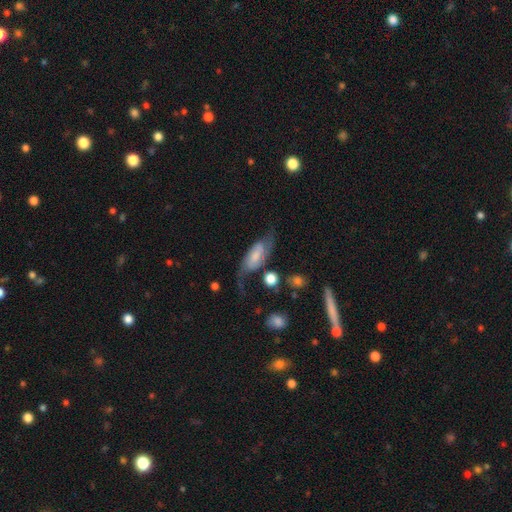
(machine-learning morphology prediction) Smooth or featured?
  - featured or disk: 65% *
  - smooth: 28%
  - star or artifact: 7%
Edge-on disk?
  - no: 89% *
  - yes: 11%
Bar?
  - no: 43% *
  - weak: 40%
  - strong: 17%
Spiral arms?
  - yes: 90% *
  - no: 10%
Spiral winding?
  - loose: 52% *
  - medium: 35%
  - tight: 13%
Spiral arm count?
  - 2: 86% *
  - can't tell: 6%
  - 1: 4%
  - 3: 1%
  - 4: 1%
  - more than 4: 1%
Bulge size?
  - small: 32% *
  - moderate: 31%
  - none: 19%
  - large: 14%
  - dominant: 4%
Merging?
  - none: 51% *
  - minor disturbance: 23%
  - major disturbance: 21%
  - merger: 6%